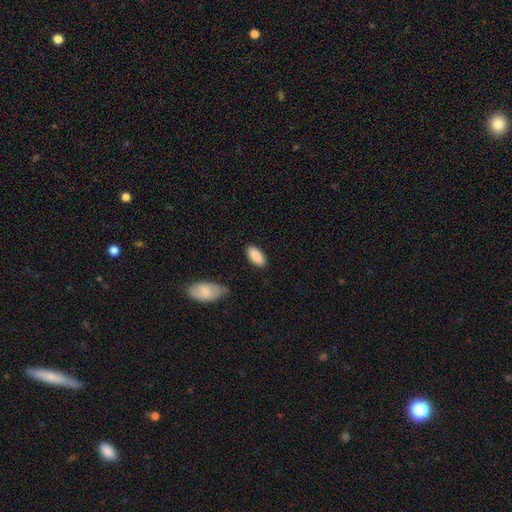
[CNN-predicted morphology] Smooth or featured?
  - smooth: 89% *
  - star or artifact: 6%
  - featured or disk: 6%
How rounded?
  - in between: 90% *
  - cigar-shaped: 8%
  - round: 2%
Merging?
  - none: 81% *
  - minor disturbance: 14%
  - major disturbance: 3%
  - merger: 3%